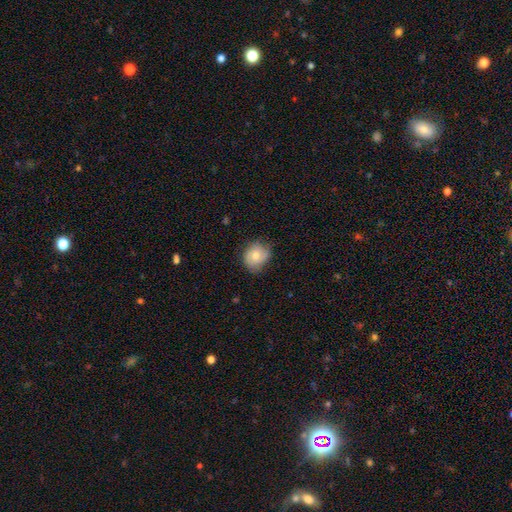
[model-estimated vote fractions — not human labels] Morphology: type=smooth (66%); roundness=round (66%); merging=none (66%).